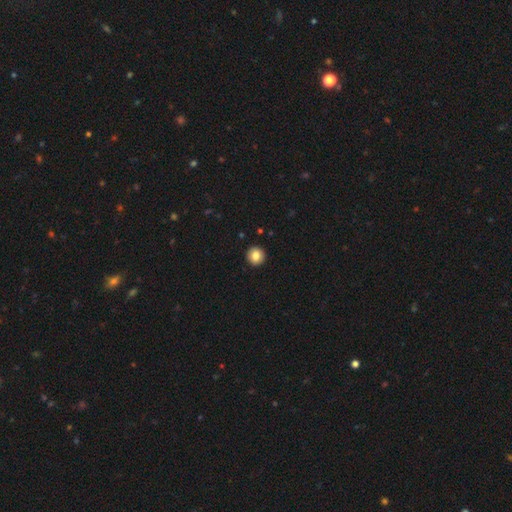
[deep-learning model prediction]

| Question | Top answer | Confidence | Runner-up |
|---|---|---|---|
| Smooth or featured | smooth | 83% | star or artifact (9%) |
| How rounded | round | 94% | in between (5%) |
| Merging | none | 93% | minor disturbance (5%) |